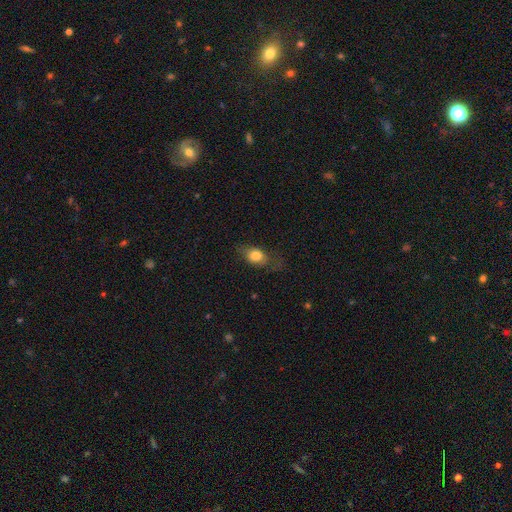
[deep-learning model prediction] This is likely a smooth galaxy (74%). How rounded: likely in between (62%). Merging: possibly none (57%).